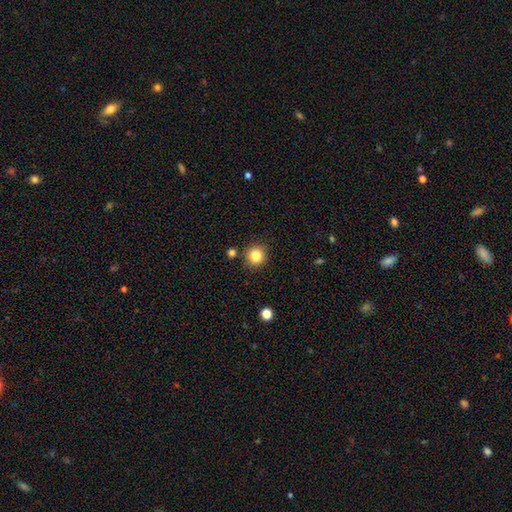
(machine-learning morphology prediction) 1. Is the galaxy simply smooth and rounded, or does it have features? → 84% smooth, 11% star or artifact, 5% featured or disk.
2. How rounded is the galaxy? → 93% round, 6% in between, 1% cigar-shaped.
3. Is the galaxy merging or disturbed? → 87% none, 7% minor disturbance, 3% merger, 2% major disturbance.